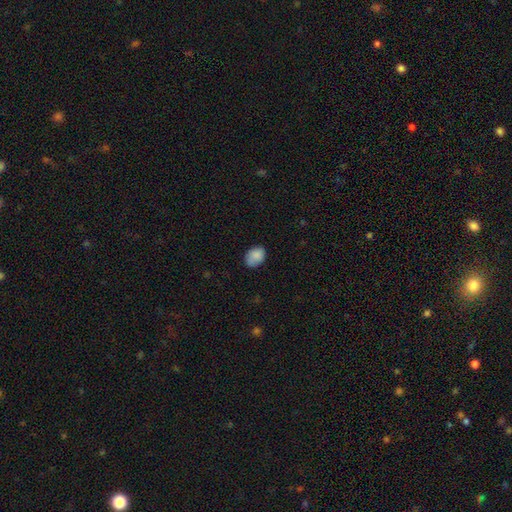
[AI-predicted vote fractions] Smooth or featured?
  - smooth: 86% *
  - star or artifact: 8%
  - featured or disk: 6%
How rounded?
  - in between: 76% *
  - round: 23%
  - cigar-shaped: 1%
Merging?
  - none: 72% *
  - minor disturbance: 22%
  - major disturbance: 4%
  - merger: 1%